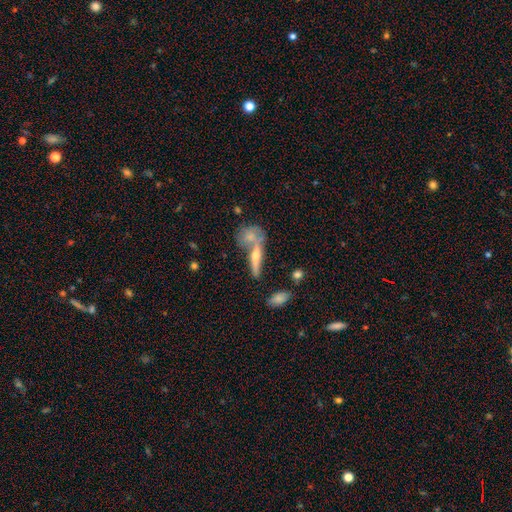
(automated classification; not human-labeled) Smooth or featured? featured or disk (52%)
Edge-on disk? yes (82%)
Merging? none (49%)